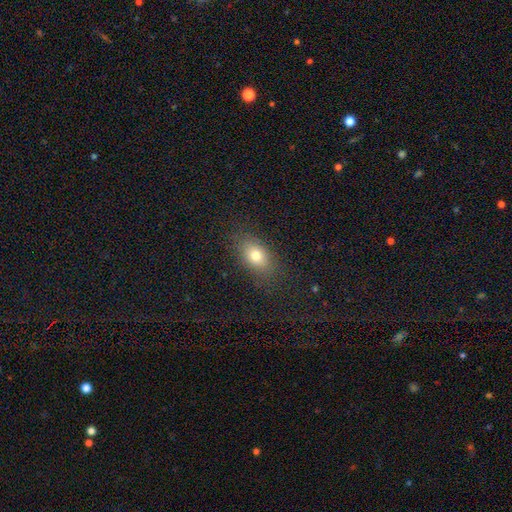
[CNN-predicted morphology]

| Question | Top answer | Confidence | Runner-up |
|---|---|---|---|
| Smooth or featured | smooth | 76% | featured or disk (13%) |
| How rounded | in between | 81% | round (15%) |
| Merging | none | 83% | minor disturbance (11%) |